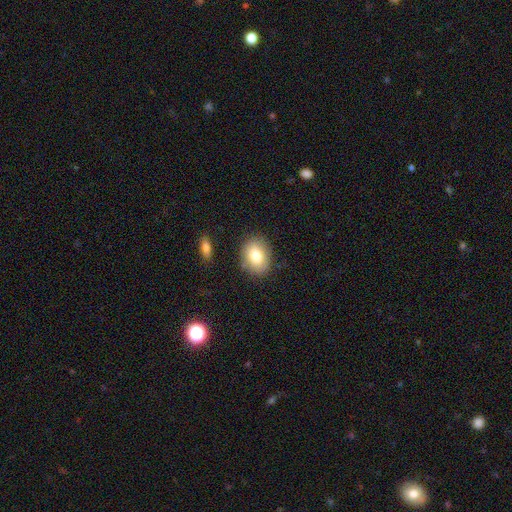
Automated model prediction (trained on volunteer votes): smooth_or_featured: smooth (p=0.80) [alt: featured or disk p=0.12]
how_rounded: in between (p=0.68) [alt: round p=0.31]
merging: none (p=0.82) [alt: minor disturbance p=0.12]